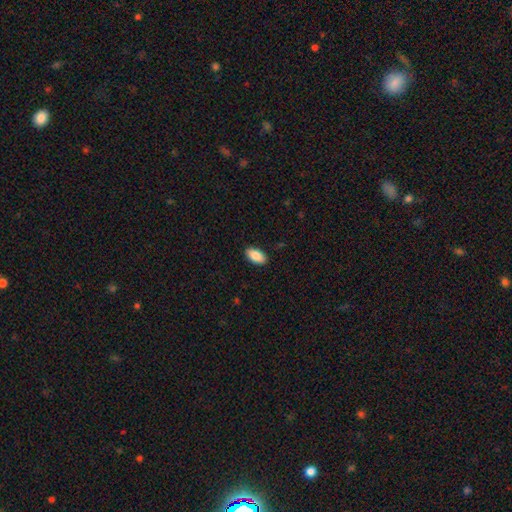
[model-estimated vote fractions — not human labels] smooth-or-featured: smooth: 88% | star or artifact: 6% | featured or disk: 6%
  how-rounded: in between: 95% | round: 3% | cigar-shaped: 3%
  merging: none: 90% | minor disturbance: 8% | major disturbance: 2% | merger: 1%